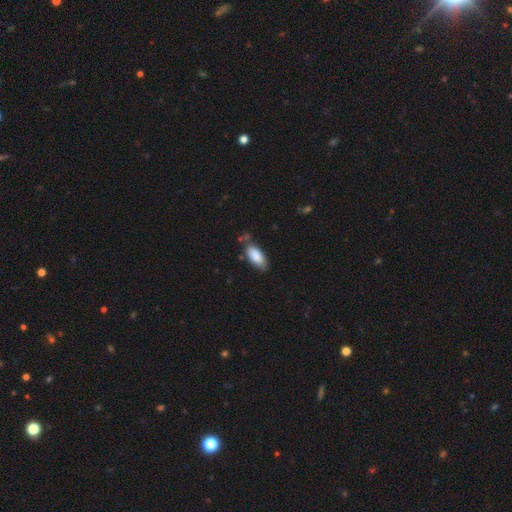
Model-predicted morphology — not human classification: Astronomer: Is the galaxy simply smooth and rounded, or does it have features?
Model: smooth — 87%.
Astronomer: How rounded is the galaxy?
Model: in between — 88%.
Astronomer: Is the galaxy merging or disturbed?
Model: none — 70%.